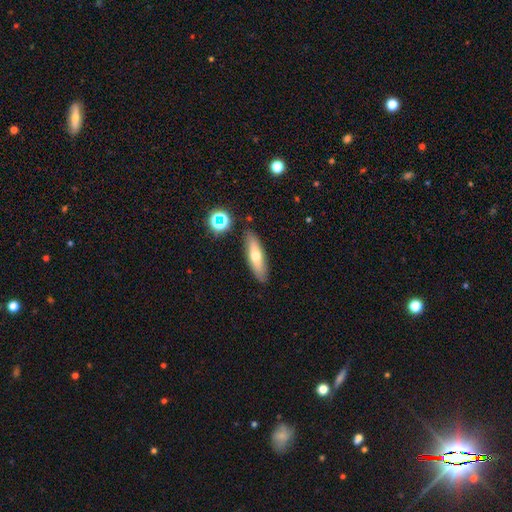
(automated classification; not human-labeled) Morphology: type=smooth (57%); roundness=cigar-shaped (58%); merging=none (85%).